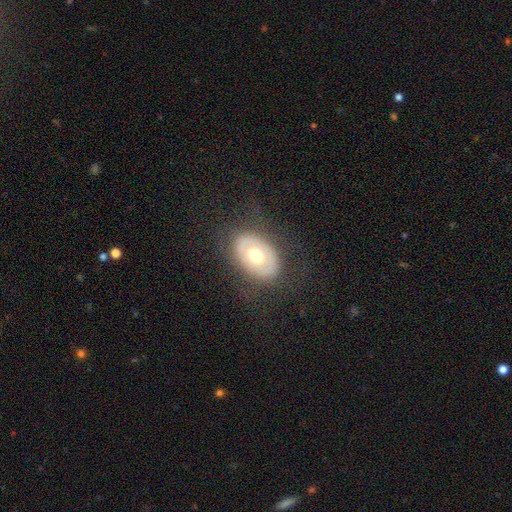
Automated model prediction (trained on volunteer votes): The model was most divided on "smooth or featured": smooth: 49%, featured or disk: 44%, star or artifact: 7%. More confident: merging — none (79%).